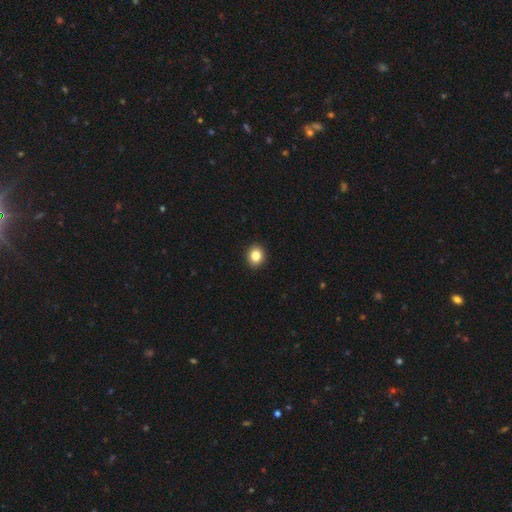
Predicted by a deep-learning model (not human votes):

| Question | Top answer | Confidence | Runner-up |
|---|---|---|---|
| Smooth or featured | smooth | 85% | star or artifact (10%) |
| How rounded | round | 68% | in between (31%) |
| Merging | none | 92% | minor disturbance (5%) |